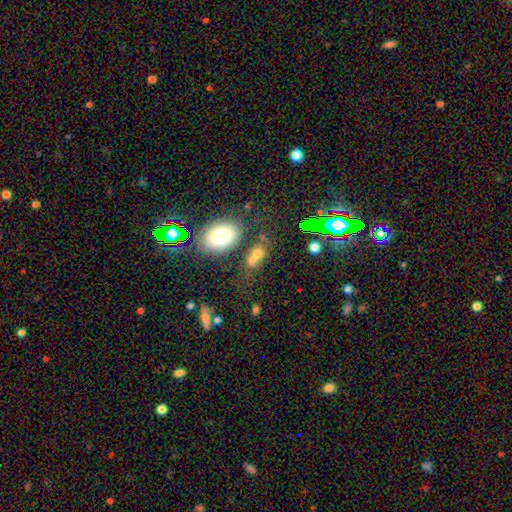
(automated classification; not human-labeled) smooth_or_featured: smooth (p=0.65) [alt: star or artifact p=0.20]
how_rounded: in between (p=0.60) [alt: round p=0.35]
merging: none (p=0.42) [alt: merger p=0.37]